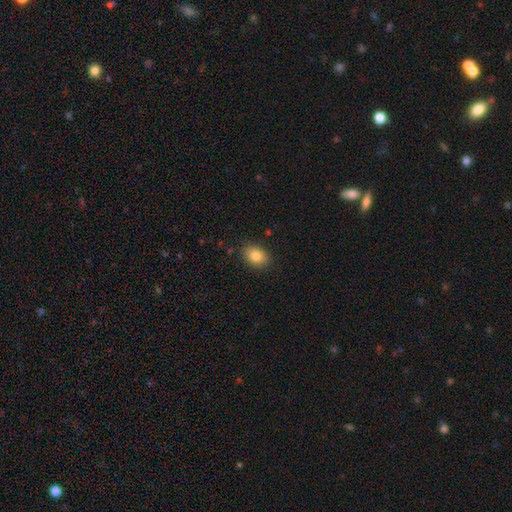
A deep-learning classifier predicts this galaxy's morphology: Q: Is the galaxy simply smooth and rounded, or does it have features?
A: smooth — 85%.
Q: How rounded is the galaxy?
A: in between — 74%.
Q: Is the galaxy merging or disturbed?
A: none — 86%.